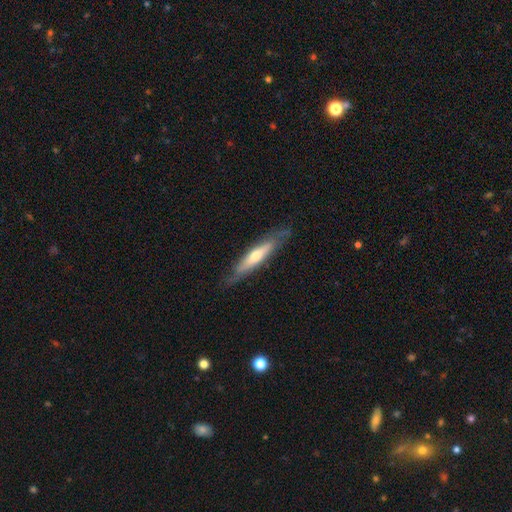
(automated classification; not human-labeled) Smooth or featured?
  - featured or disk: 54% *
  - smooth: 41%
  - star or artifact: 5%
Edge-on disk?
  - yes: 77% *
  - no: 23%
Merging?
  - none: 75% *
  - minor disturbance: 18%
  - major disturbance: 5%
  - merger: 1%